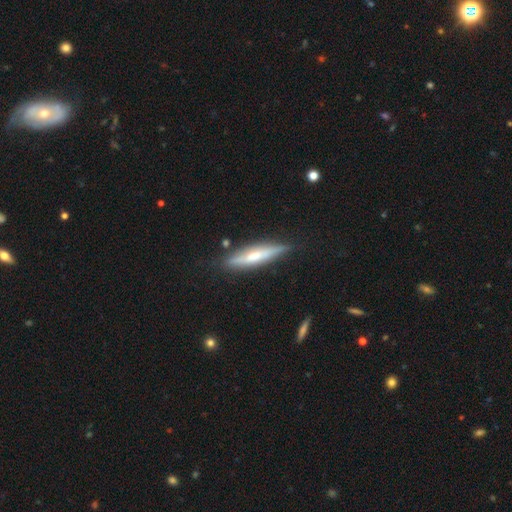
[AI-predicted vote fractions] Morphology: type=featured or disk (56%); edge-on=yes (91%); edge-on bulge=rounded (67%); merging=none (81%).